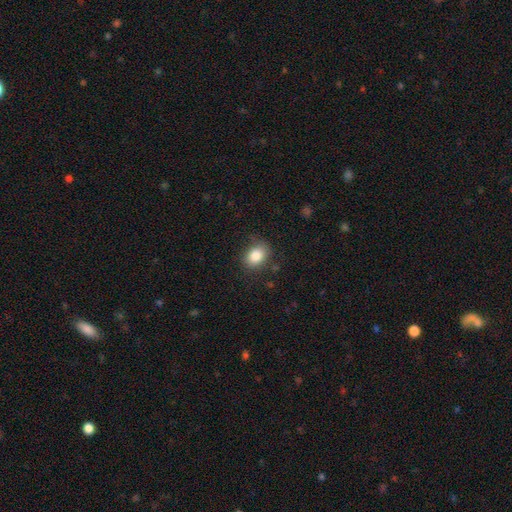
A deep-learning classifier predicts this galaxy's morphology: type=smooth (84%); roundness=in between (65%); merging=none (82%).